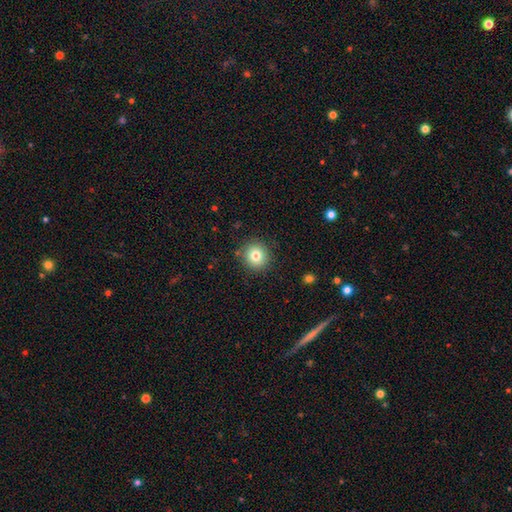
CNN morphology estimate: smooth 80%, star or artifact 11%, featured or disk 9%. Down the decision tree: how rounded — round (93%); merging — none (89%).